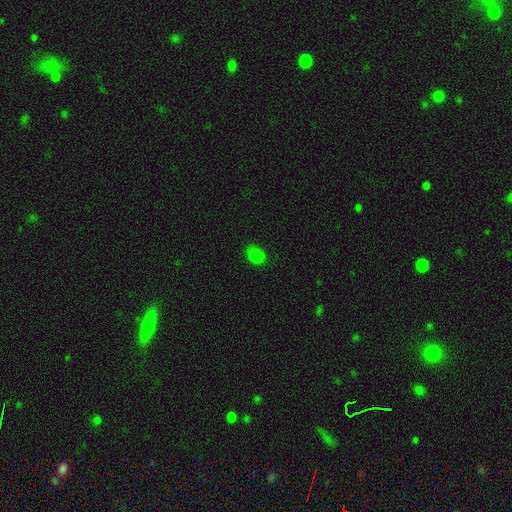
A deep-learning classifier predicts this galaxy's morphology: Q: Smooth or featured?
A: smooth (82%); runner-up: star or artifact (14%)
Q: How rounded?
A: in between (72%); runner-up: round (27%)
Q: Merging?
A: none (83%); runner-up: minor disturbance (13%)